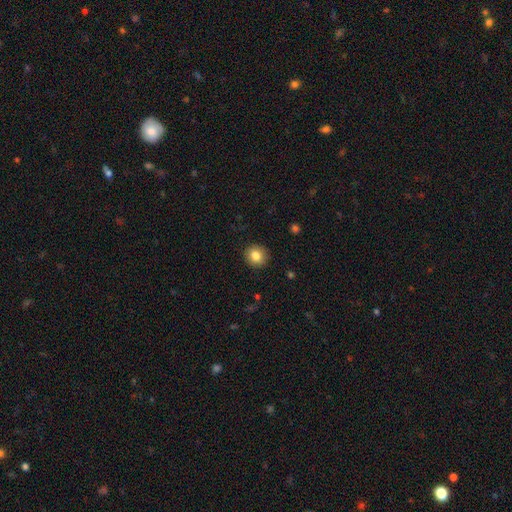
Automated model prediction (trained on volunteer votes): Overall: smooth (83%). How rounded: round (85%). Merging: none (91%).